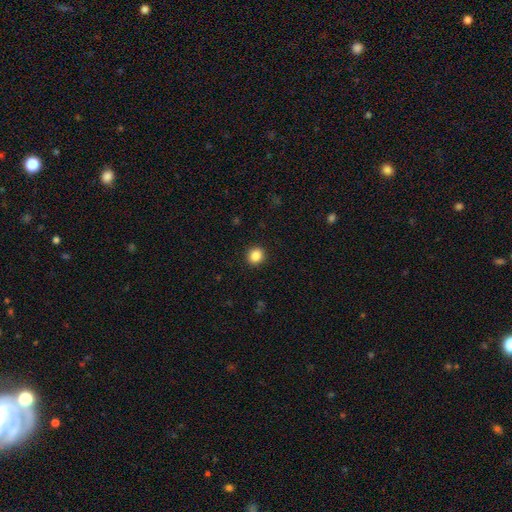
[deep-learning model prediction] smooth 86%, star or artifact 10%, featured or disk 4%. Down the decision tree: how rounded — round (88%); merging — none (92%).